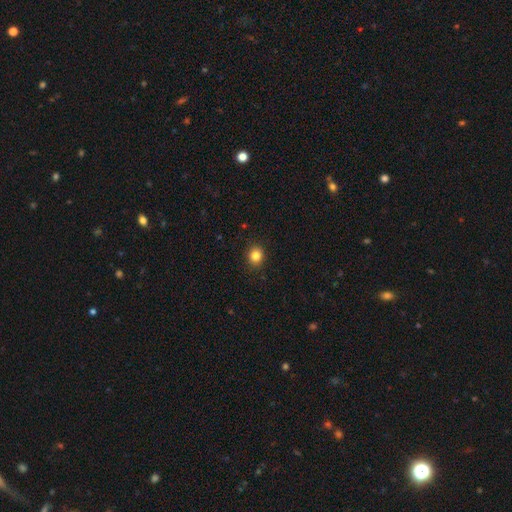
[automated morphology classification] Q: Smooth or featured?
A: smooth (84%); runner-up: star or artifact (11%)
Q: How rounded?
A: round (78%); runner-up: in between (21%)
Q: Merging?
A: none (90%); runner-up: minor disturbance (7%)